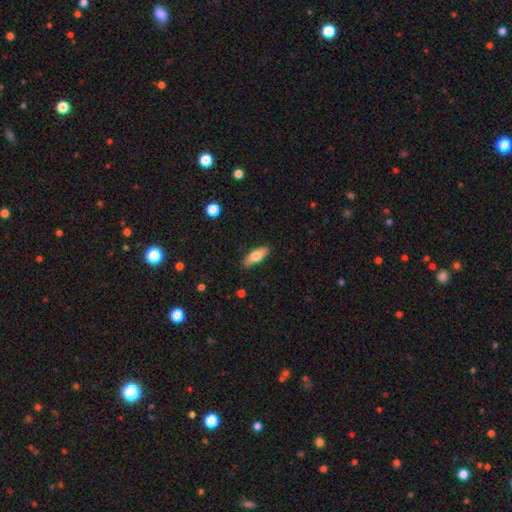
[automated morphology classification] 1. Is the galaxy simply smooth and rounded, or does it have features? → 67% smooth, 26% featured or disk, 6% star or artifact.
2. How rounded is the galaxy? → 68% in between, 29% cigar-shaped, 3% round.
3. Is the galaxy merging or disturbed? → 87% none, 10% minor disturbance, 2% major disturbance, 1% merger.